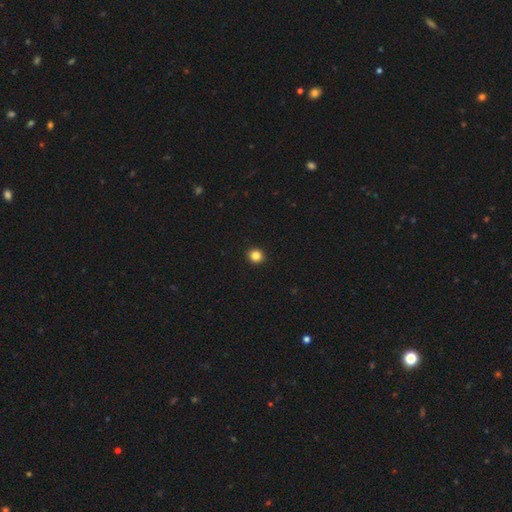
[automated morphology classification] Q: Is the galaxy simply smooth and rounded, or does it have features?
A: smooth — 85%.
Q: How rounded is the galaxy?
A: round — 90%.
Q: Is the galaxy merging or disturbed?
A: none — 94%.